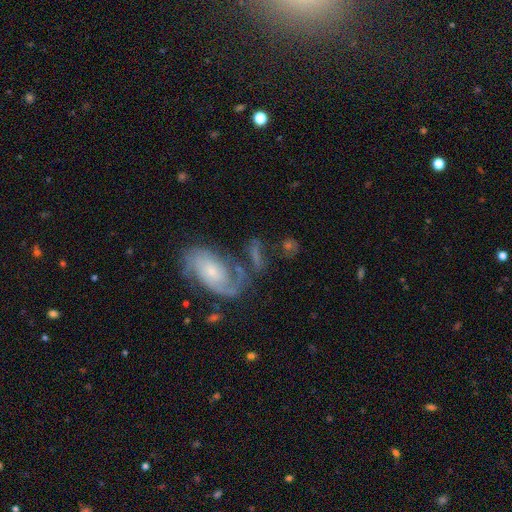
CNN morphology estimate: featured or disk 65%, smooth 24%, star or artifact 11%. Down the decision tree: edge-on disk — no (93%); bar — no (63%); spiral arms — yes (84%); spiral arm count — 2 (60%); spiral winding — medium (39%); bulge size — small (56%); merging — none (49%).